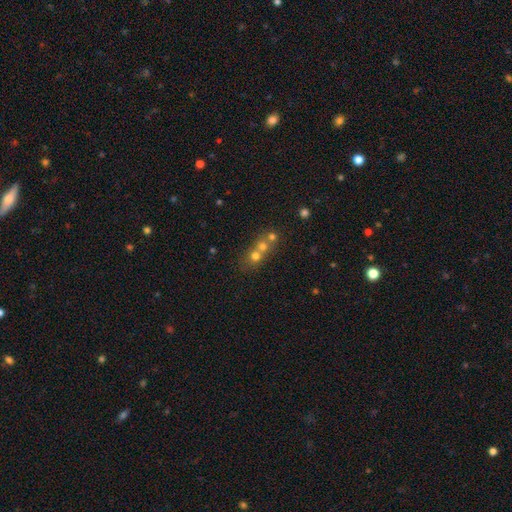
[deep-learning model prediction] Smooth or featured? smooth (61%)
How rounded? round (79%)
Merging? merger (61%)